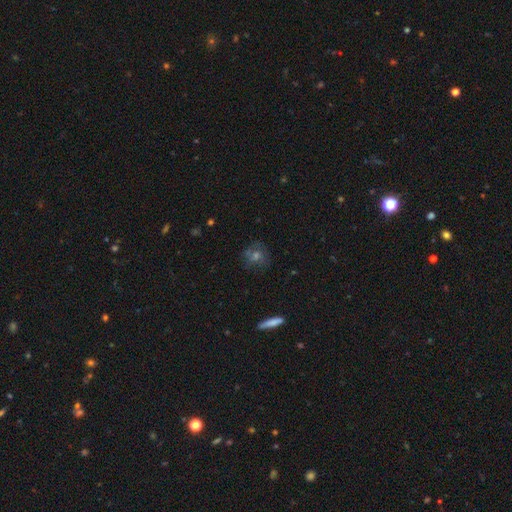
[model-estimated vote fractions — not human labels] smooth-or-featured: smooth: 43% | featured or disk: 37% | star or artifact: 21%
  merging: none: 77% | minor disturbance: 14% | major disturbance: 6% | merger: 3%